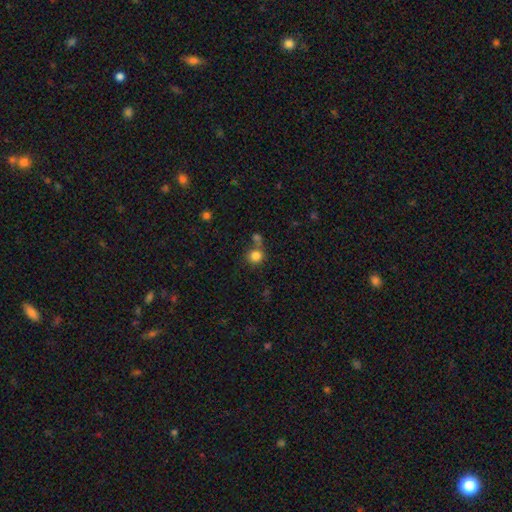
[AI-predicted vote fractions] Q: Smooth or featured?
A: smooth (83%); runner-up: star or artifact (11%)
Q: How rounded?
A: round (87%); runner-up: in between (12%)
Q: Merging?
A: none (61%); runner-up: merger (24%)